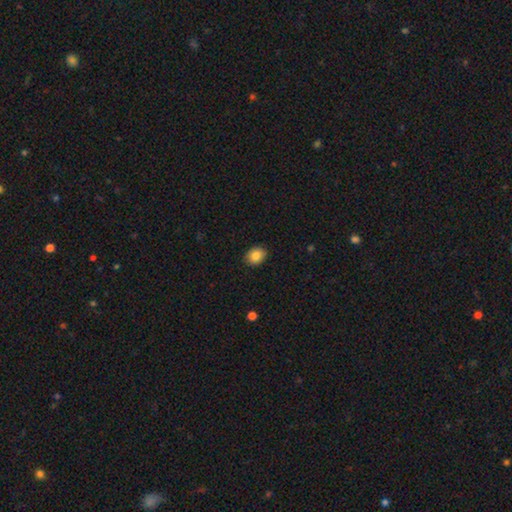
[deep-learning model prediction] Smooth or featured: smooth — 85% (star or artifact — 8%)
How rounded: in between — 52% (round — 47%)
Merging: none — 89% (minor disturbance — 8%)